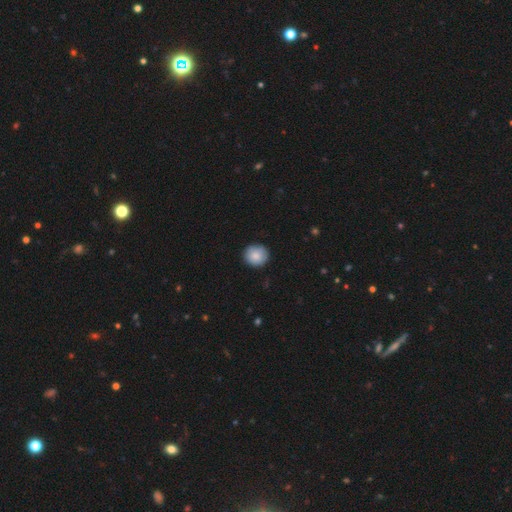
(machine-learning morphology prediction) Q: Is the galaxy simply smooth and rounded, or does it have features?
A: smooth — 86%.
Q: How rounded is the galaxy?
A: round — 89%.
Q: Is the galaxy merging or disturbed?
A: none — 89%.